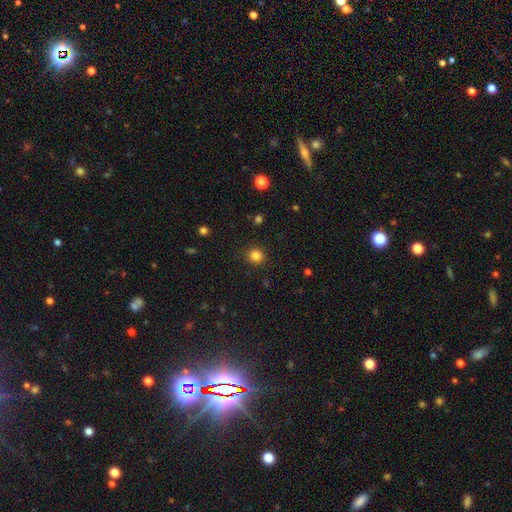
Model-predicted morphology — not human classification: The model was most divided on "smooth or featured": smooth: 84%, star or artifact: 12%, featured or disk: 4%. More confident: how rounded — round (91%); merging — none (89%).